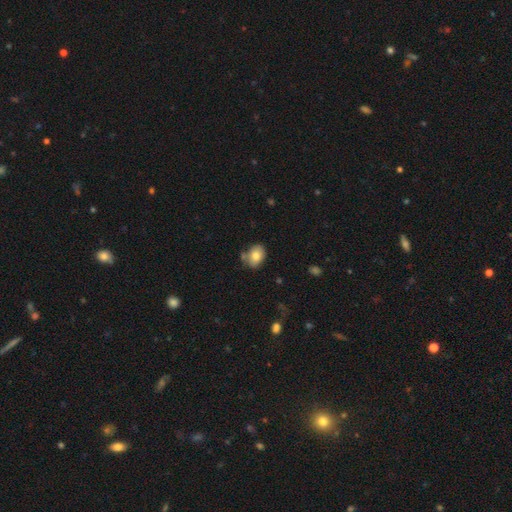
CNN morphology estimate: This is likely a smooth galaxy (79%). How rounded: likely in between (66%). Merging: likely none (68%).